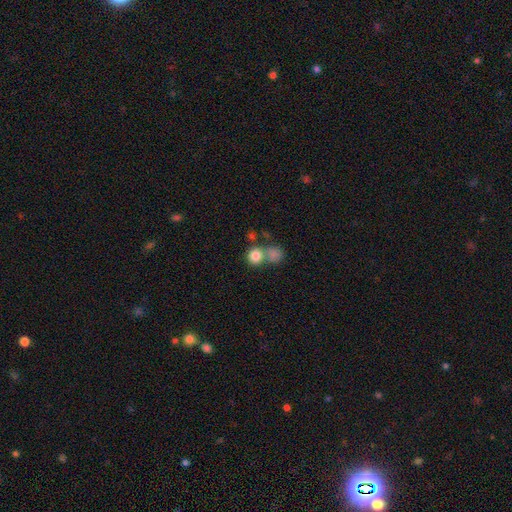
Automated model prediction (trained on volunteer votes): Smooth or featured? Predicted: smooth (p=0.82). How rounded? Predicted: round (p=0.87). Merging? Predicted: none (p=0.51).